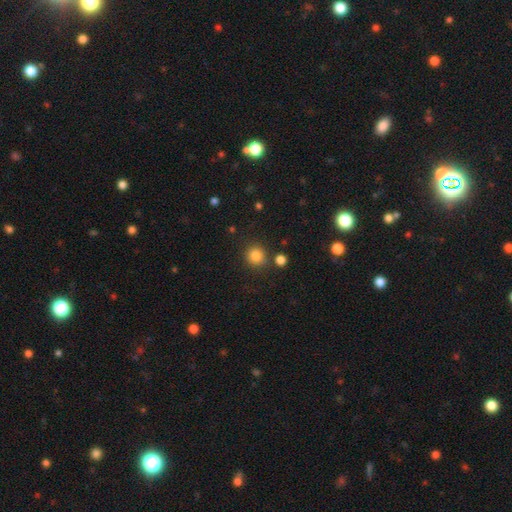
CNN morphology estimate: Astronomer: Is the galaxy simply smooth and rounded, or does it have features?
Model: smooth — 84%.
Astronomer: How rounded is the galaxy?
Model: round — 91%.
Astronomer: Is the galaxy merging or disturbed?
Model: none — 82%.